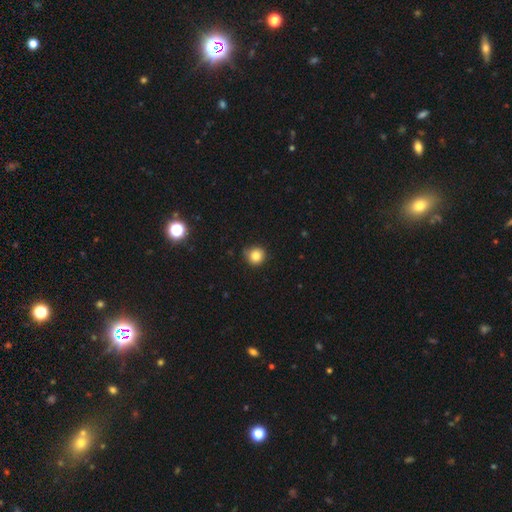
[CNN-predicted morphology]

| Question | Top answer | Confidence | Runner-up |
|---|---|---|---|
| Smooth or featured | smooth | 84% | star or artifact (11%) |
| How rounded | round | 92% | in between (7%) |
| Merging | none | 78% | minor disturbance (17%) |